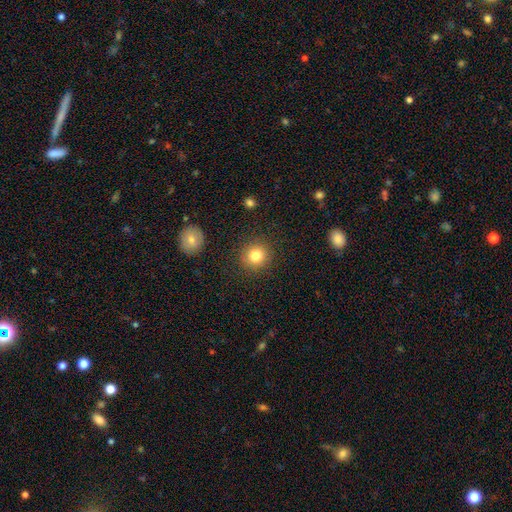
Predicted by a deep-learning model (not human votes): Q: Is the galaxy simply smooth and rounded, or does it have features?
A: smooth — 81%.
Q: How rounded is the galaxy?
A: round — 90%.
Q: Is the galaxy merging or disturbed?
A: none — 89%.